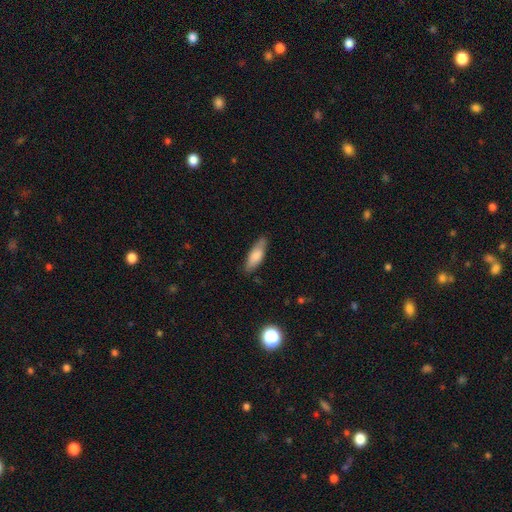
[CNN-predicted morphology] Smooth or featured?
  - smooth: 77% *
  - featured or disk: 17%
  - star or artifact: 6%
How rounded?
  - in between: 57% *
  - cigar-shaped: 41%
  - round: 2%
Merging?
  - none: 79% *
  - minor disturbance: 17%
  - major disturbance: 3%
  - merger: 1%